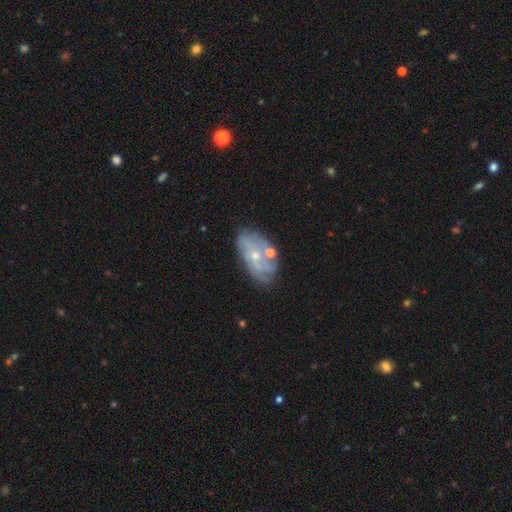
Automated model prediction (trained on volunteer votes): Smooth or featured?
  - featured or disk: 70% *
  - smooth: 21%
  - star or artifact: 8%
Edge-on disk?
  - no: 95% *
  - yes: 5%
Bar?
  - no: 75% *
  - weak: 21%
  - strong: 4%
Spiral arms?
  - yes: 70% *
  - no: 30%
Bulge size?
  - small: 72% *
  - moderate: 23%
  - none: 3%
  - large: 1%
  - dominant: 1%
Merging?
  - none: 62% *
  - minor disturbance: 21%
  - merger: 9%
  - major disturbance: 9%